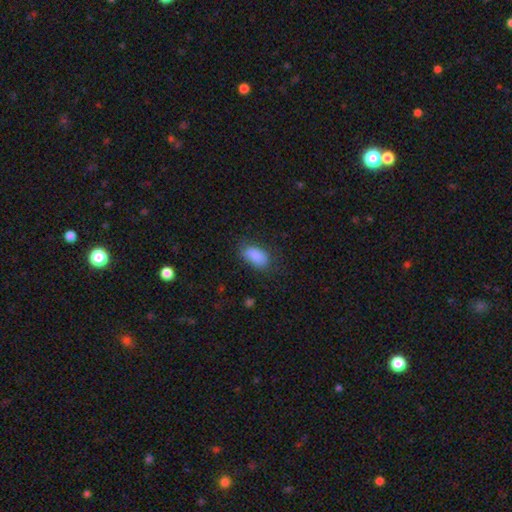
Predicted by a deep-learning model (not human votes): Overall: smooth (86%). How rounded: in between (92%). Merging: none (70%).